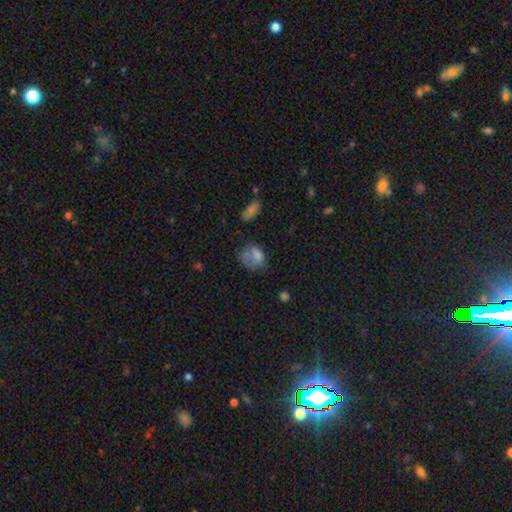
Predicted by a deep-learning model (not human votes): The model was most divided on "merging": none: 33%, minor disturbance: 27%, major disturbance: 27%, merger: 12%. More confident: smooth or featured — smooth (69%); how rounded — in between (58%).